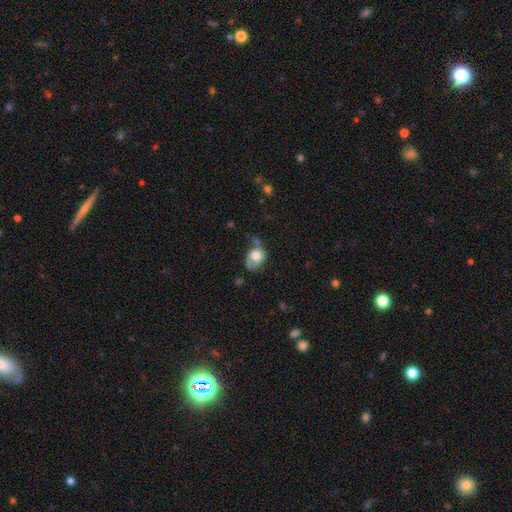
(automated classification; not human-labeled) smooth_or_featured: smooth (p=0.69) [alt: featured or disk p=0.23]
how_rounded: in between (p=0.62) [alt: round p=0.37]
merging: none (p=0.31) [tied with: minor disturbance p=0.31]